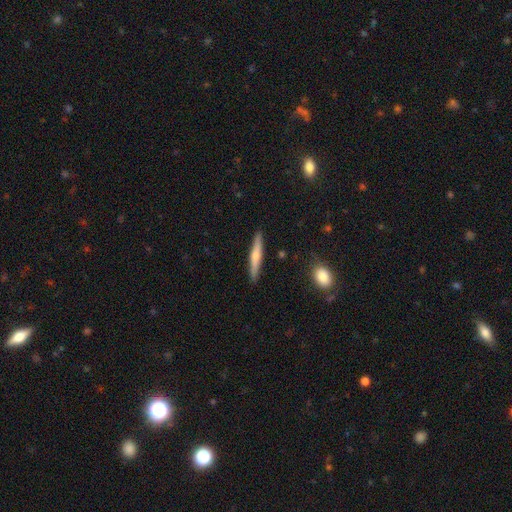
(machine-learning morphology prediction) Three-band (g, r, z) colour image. It shows a smooth galaxy with no disk features (50%) that is cigar-shaped (92%). Merging: none (89%).